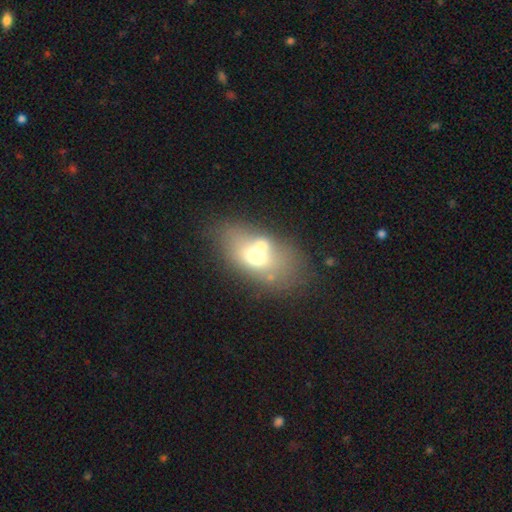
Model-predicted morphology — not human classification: Overall: smooth (59%; featured or disk 29%). How rounded: in between (82%). Merging: none (48%; merger 30%).